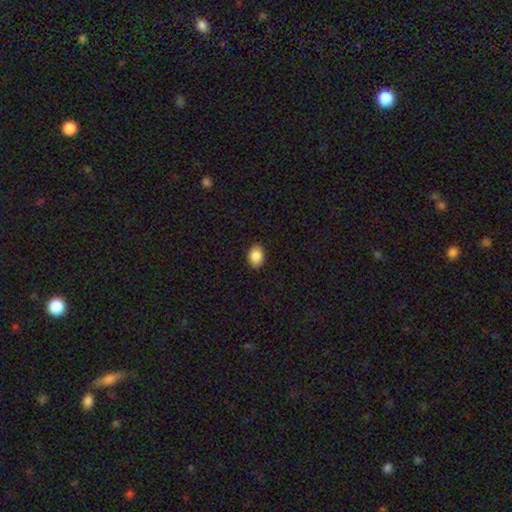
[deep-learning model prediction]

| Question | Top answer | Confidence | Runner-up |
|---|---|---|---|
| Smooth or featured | smooth | 88% | star or artifact (8%) |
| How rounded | in between | 73% | round (26%) |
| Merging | none | 90% | minor disturbance (8%) |